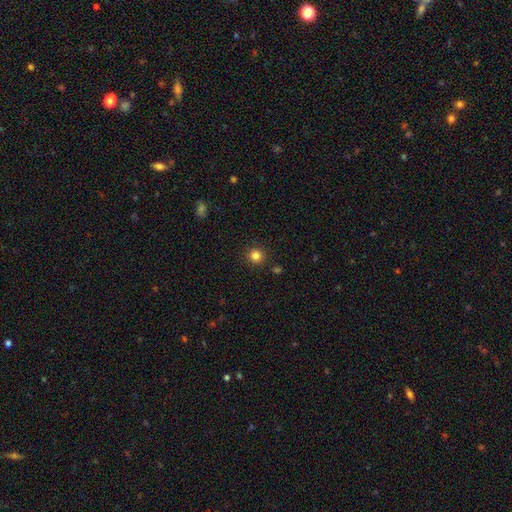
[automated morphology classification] Overall: smooth (83%). How rounded: round (94%). Merging: none (91%).